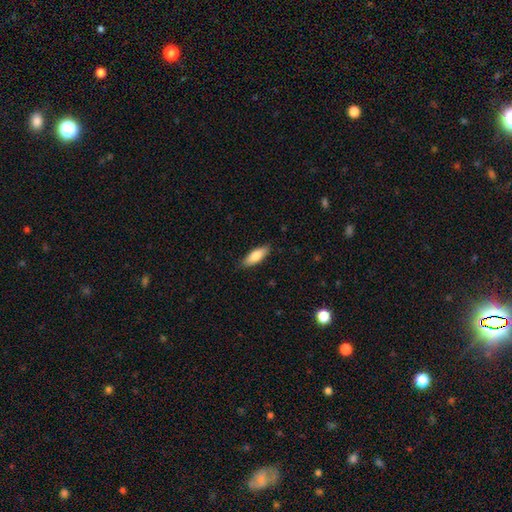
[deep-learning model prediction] This is likely a smooth galaxy (79%). How rounded: likely in between (65%). Merging: clearly none (85%).